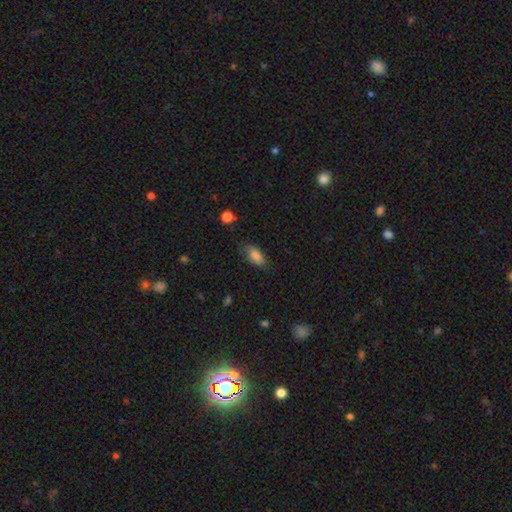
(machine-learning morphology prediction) Overall: smooth (85%). How rounded: in between (90%). Merging: none (76%).